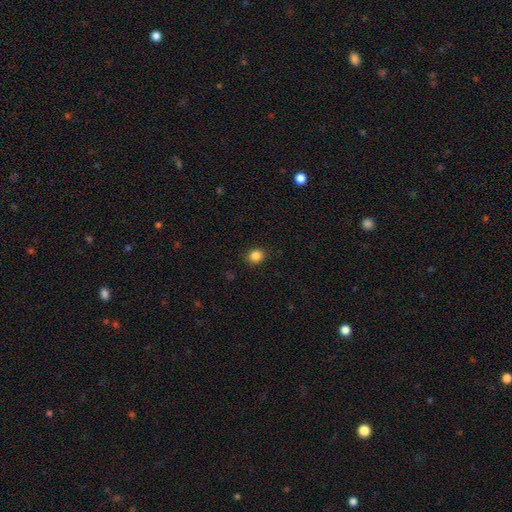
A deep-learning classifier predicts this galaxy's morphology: This is clearly a smooth galaxy (85%). How rounded: likely round (77%). Merging: clearly none (89%).